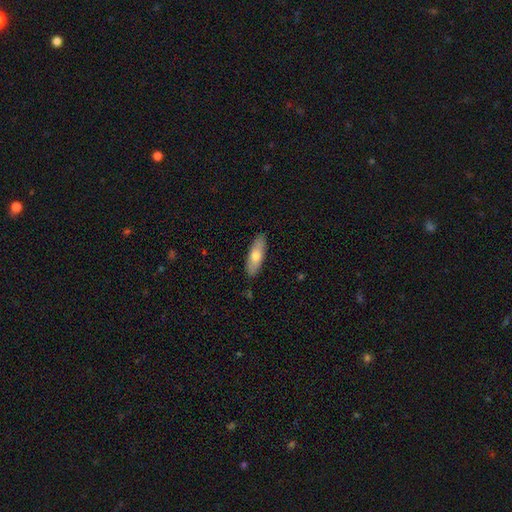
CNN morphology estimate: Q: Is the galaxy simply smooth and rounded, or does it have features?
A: smooth — 71%.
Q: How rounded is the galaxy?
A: in between — 60%.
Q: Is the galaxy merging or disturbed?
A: none — 87%.